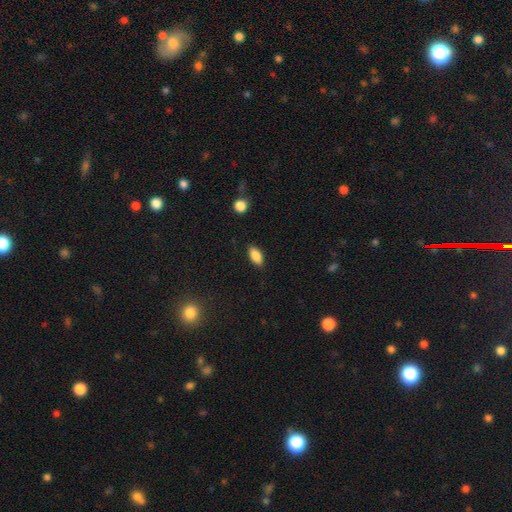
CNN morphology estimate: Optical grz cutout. It shows a smooth galaxy with no disk features (87%) that is in between round and cigar-shaped (90%). Merging: none (86%).